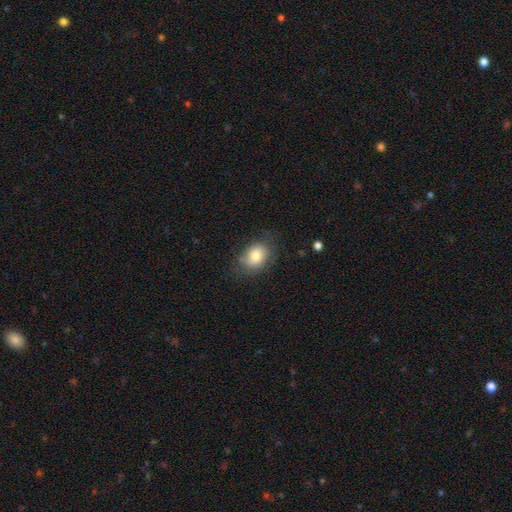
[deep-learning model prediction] smooth_or_featured: smooth (p=0.78) [alt: featured or disk p=0.13]
how_rounded: in between (p=0.67) [alt: round p=0.32]
merging: none (p=0.72) [alt: minor disturbance p=0.20]